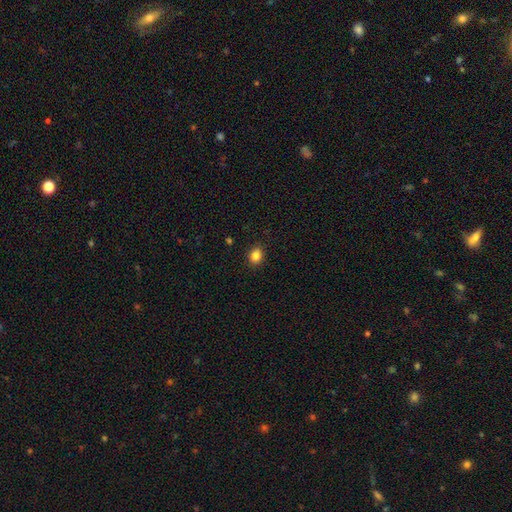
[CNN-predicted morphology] The model was most divided on "how rounded": in between: 51%, round: 48%, cigar-shaped: 1%. More confident: merging — none (88%); smooth or featured — smooth (85%).